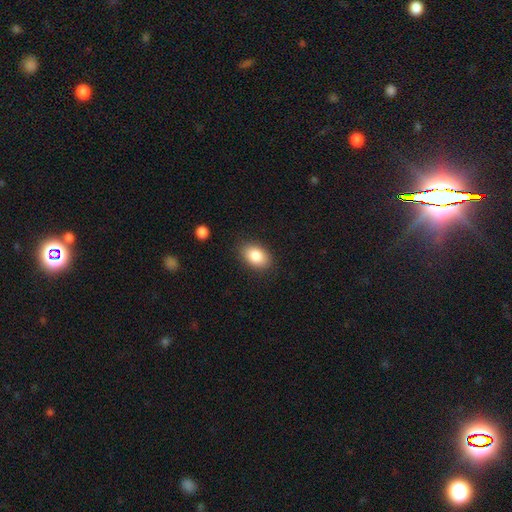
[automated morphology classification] A smooth galaxy with no disk features (85%) that is in between round and cigar-shaped (88%). Merging: none (86%).